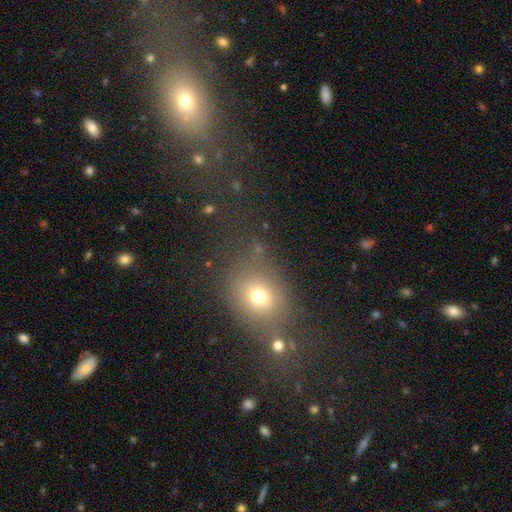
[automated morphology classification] Smooth or featured?
  - smooth: 63% *
  - star or artifact: 24%
  - featured or disk: 13%
How rounded?
  - round: 54% *
  - in between: 44%
  - cigar-shaped: 2%
Merging?
  - none: 62% *
  - merger: 15%
  - minor disturbance: 13%
  - major disturbance: 10%